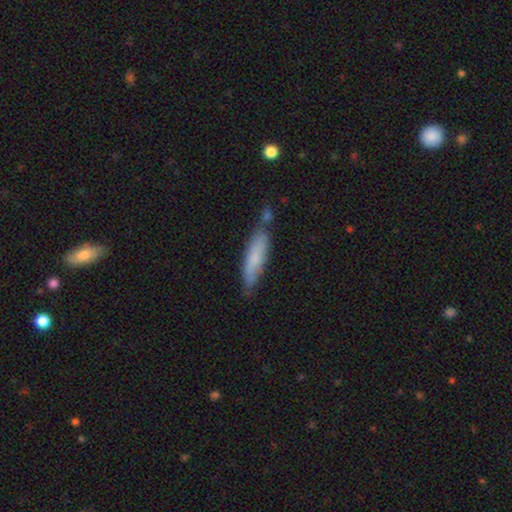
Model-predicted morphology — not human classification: smooth_or_featured: smooth (p=0.72) [alt: featured or disk p=0.23]
how_rounded: cigar-shaped (p=0.72) [alt: in between p=0.26]
merging: none (p=0.63) [alt: minor disturbance p=0.23]